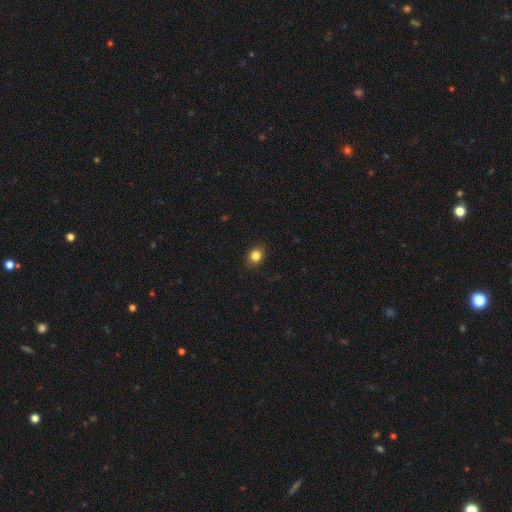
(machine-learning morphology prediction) This is clearly a smooth galaxy (84%). How rounded: possibly round (53%). Merging: clearly none (86%).